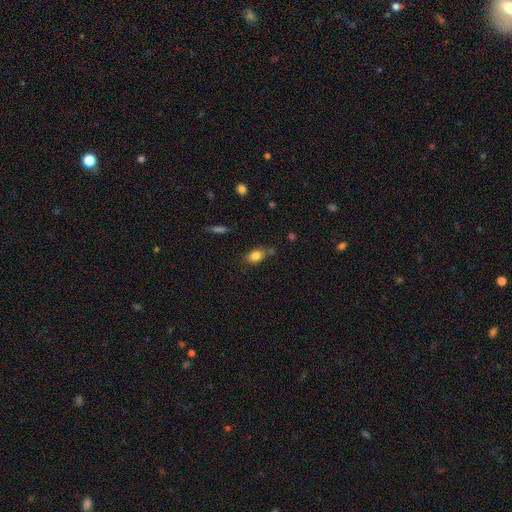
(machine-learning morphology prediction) A smooth galaxy with no disk features (82%) that is in between round and cigar-shaped (76%).

Vote fractions:
- Smooth or featured? smooth: 82% / star or artifact: 9% / featured or disk: 8%
- How rounded? in between: 76% / round: 21% / cigar-shaped: 3%
- Merging? none: 67% / minor disturbance: 22% / merger: 6% / major disturbance: 5%